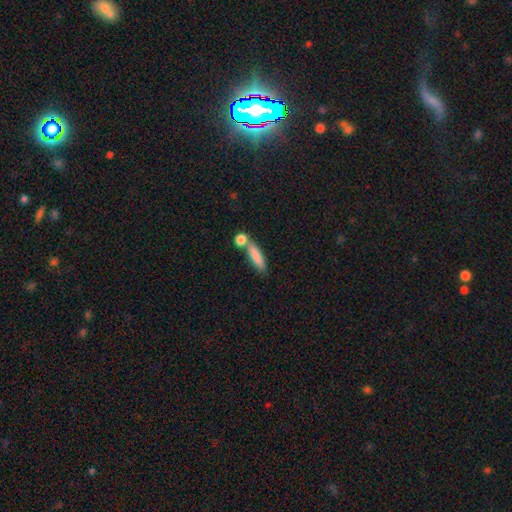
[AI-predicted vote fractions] This appears to be a smooth galaxy with no disk features (82%) that is cigar-shaped (60%). Merging: none (54%).